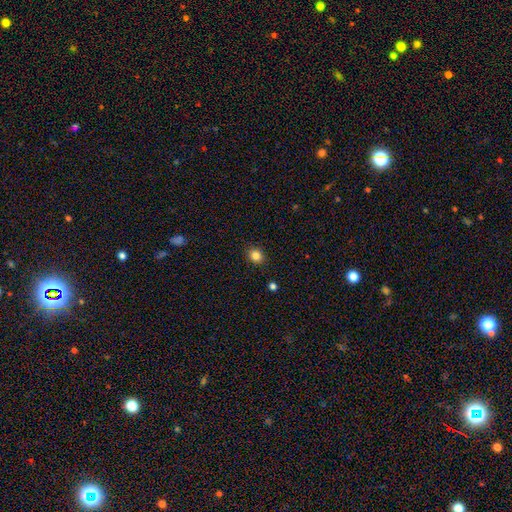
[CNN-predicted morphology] This appears to be a smooth galaxy with no disk features (84%) that is round (75%). Merging: none (91%).